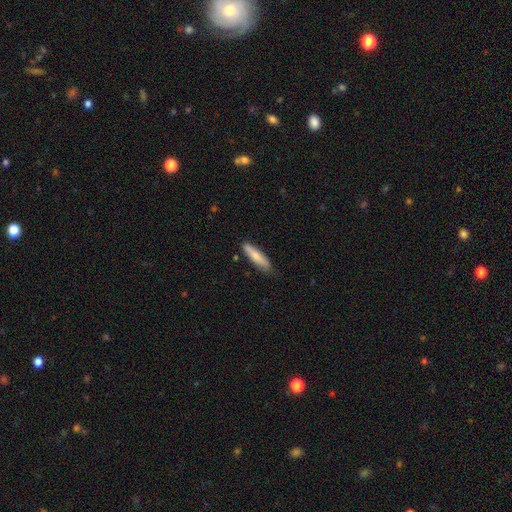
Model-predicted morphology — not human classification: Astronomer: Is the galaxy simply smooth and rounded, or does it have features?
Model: smooth — 75%.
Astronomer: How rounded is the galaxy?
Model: cigar-shaped — 77%.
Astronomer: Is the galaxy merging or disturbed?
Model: none — 78%.